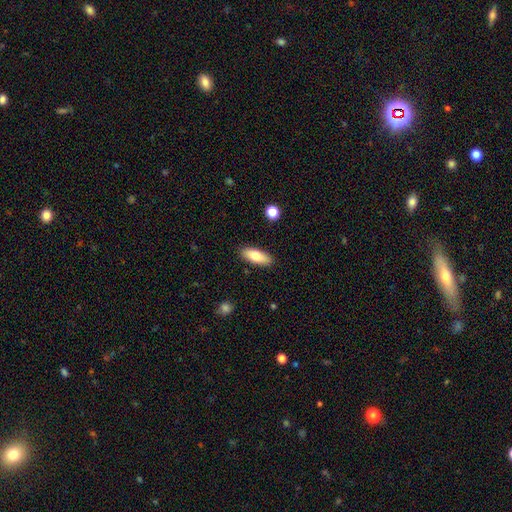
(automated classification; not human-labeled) Smooth or featured: smooth — 77% (featured or disk — 16%)
How rounded: in between — 74% (cigar-shaped — 23%)
Merging: none — 88% (minor disturbance — 8%)